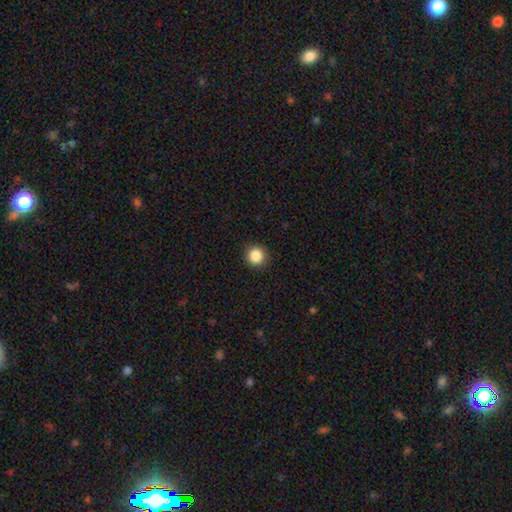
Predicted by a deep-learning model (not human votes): smooth-or-featured: smooth: 86% | star or artifact: 10% | featured or disk: 4%
  how-rounded: round: 94% | in between: 5% | cigar-shaped: 1%
  merging: none: 91% | minor disturbance: 6% | major disturbance: 2% | merger: 1%